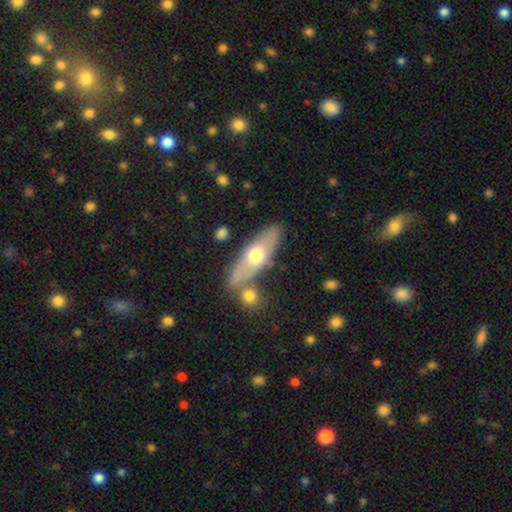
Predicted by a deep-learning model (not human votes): Smooth or featured: smooth — 50% (featured or disk — 45%)
Merging: none — 72% (minor disturbance — 13%)